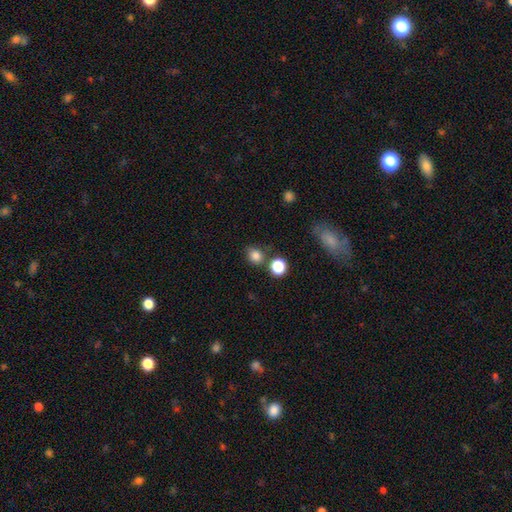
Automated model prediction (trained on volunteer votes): smooth_or_featured: smooth (p=0.81) [alt: star or artifact p=0.14]
how_rounded: round (p=0.69) [alt: in between p=0.30]
merging: none (p=0.71) [alt: minor disturbance p=0.14]